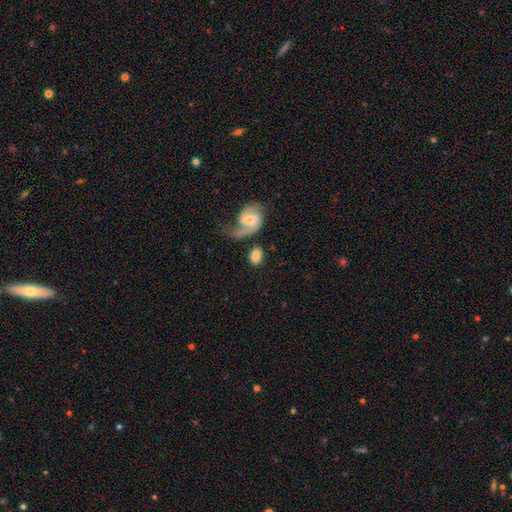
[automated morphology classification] smooth-or-featured: smooth: 66% | featured or disk: 26% | star or artifact: 7%
  how-rounded: in between: 80% | round: 18% | cigar-shaped: 2%
  merging: none: 55% | merger: 17% | minor disturbance: 17% | major disturbance: 12%